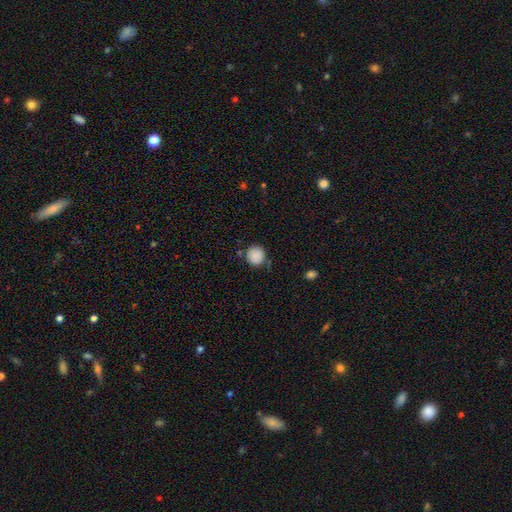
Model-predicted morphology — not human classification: Smooth or featured?
  - smooth: 87% *
  - star or artifact: 9%
  - featured or disk: 4%
How rounded?
  - round: 90% *
  - in between: 9%
  - cigar-shaped: 1%
Merging?
  - none: 77% *
  - minor disturbance: 15%
  - merger: 4%
  - major disturbance: 4%